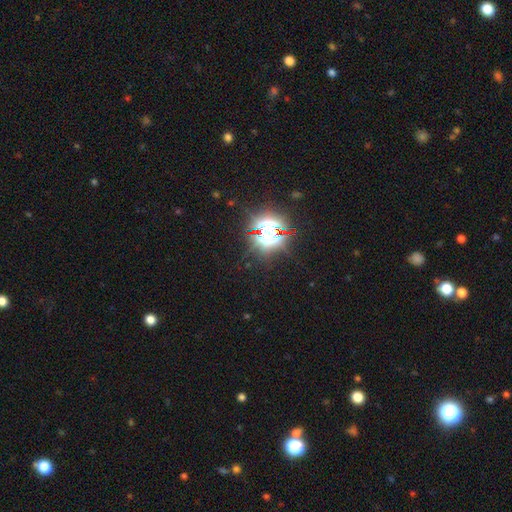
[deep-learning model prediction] star or artifact 83%, smooth 11%, featured or disk 6%.